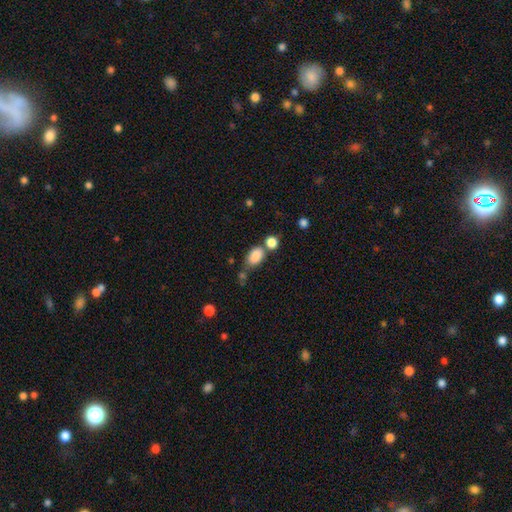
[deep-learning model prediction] A smooth galaxy with no disk features (85%) that is in between round and cigar-shaped (83%). Merging: none (50%).